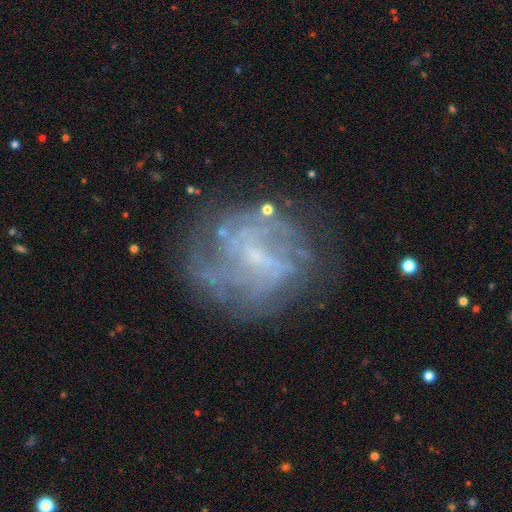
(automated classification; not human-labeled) Overall: featured or disk (78%). Edge-on disk: no (98%). Bar: weak (51%; no 37%). Spiral arms: yes (79%). Spiral arm count: can't tell (46%; 2 17%). Spiral winding: tight (43%; medium 38%). Bulge size: small (59%; none 24%). Merging: none (68%).